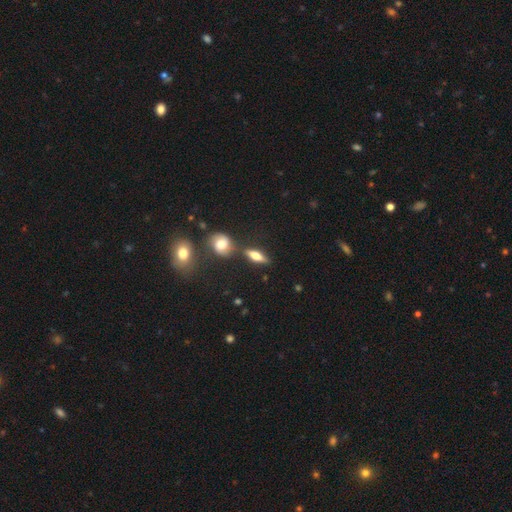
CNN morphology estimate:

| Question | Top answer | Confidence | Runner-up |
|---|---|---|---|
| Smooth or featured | smooth | 52% | featured or disk (39%) |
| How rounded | in between | 49% | cigar-shaped (43%) |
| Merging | none | 71% | minor disturbance (13%) |